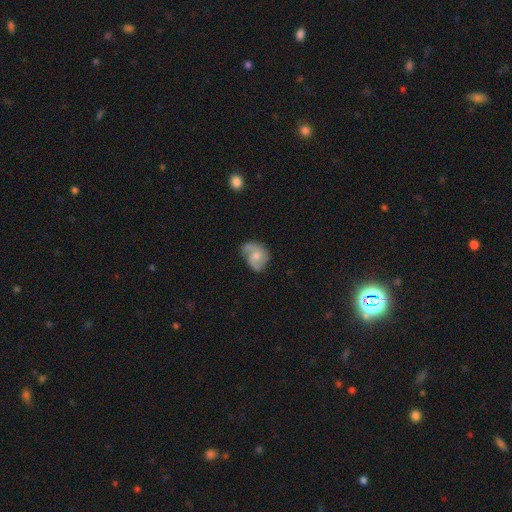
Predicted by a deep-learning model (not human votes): Smooth or featured? featured or disk (58%)
Edge-on disk? no (97%)
Bar? no (65%)
Spiral arms? yes (83%)
Bulge size? moderate (49%)
Merging? none (47%)